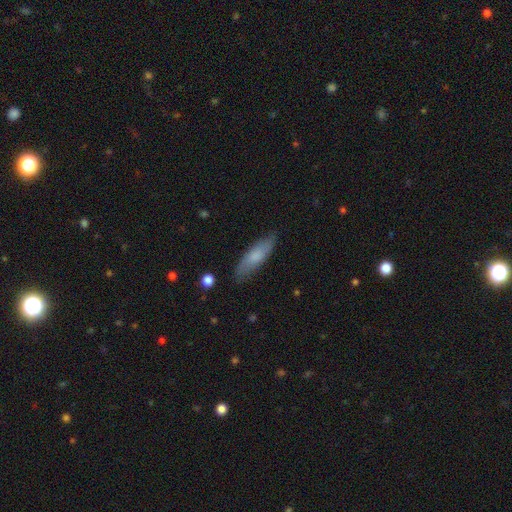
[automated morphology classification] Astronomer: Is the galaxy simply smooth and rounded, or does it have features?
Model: smooth — 71%.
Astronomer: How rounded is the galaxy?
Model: cigar-shaped — 55% (runner-up: in between, 44%).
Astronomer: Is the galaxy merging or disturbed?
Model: none — 82%.